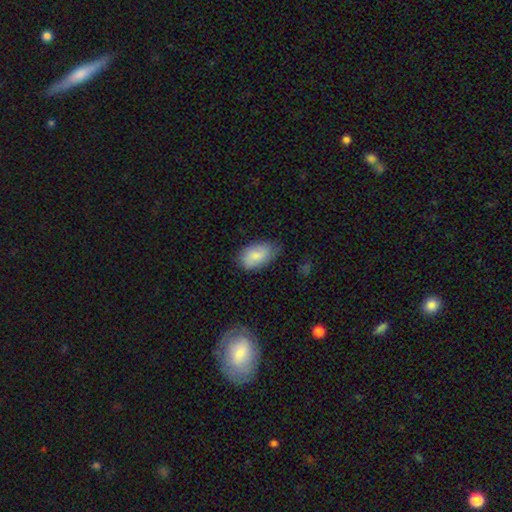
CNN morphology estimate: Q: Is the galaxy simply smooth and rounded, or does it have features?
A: smooth — 81%.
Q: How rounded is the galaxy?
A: in between — 93%.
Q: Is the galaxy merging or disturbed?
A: none — 61%.